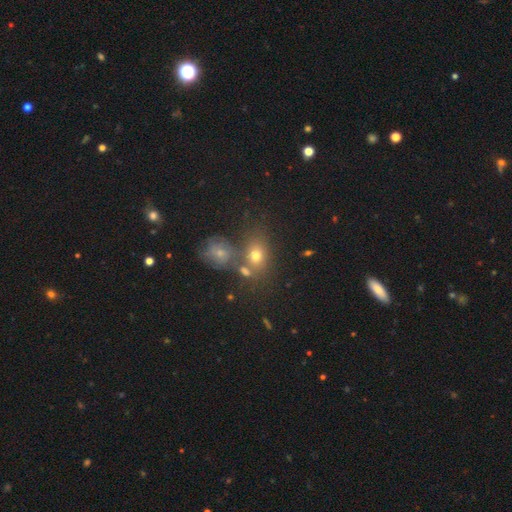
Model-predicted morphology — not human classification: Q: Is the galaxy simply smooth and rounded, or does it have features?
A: smooth — 64%.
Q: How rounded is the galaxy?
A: in between — 57%.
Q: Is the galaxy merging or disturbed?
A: none — 50%.